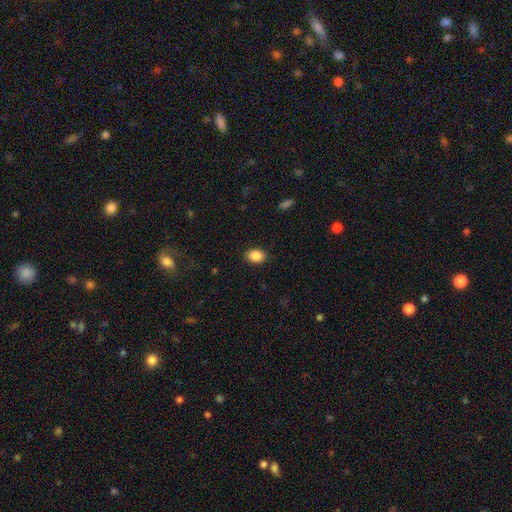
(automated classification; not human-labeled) smooth-or-featured: smooth: 88% | star or artifact: 9% | featured or disk: 3%
  how-rounded: in between: 67% | round: 32% | cigar-shaped: 1%
  merging: none: 88% | minor disturbance: 8% | major disturbance: 2% | merger: 1%